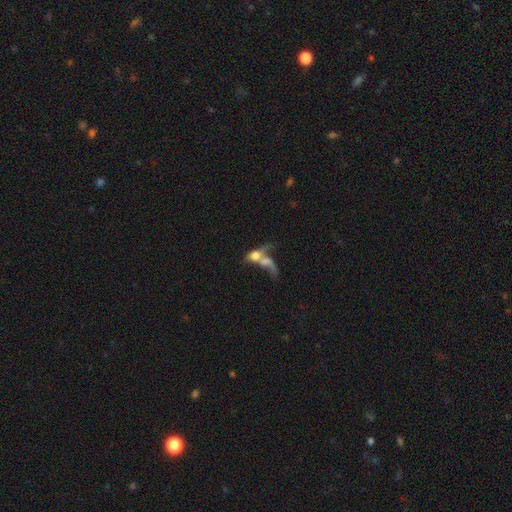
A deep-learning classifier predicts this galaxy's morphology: This is possibly a smooth galaxy (47%). Merging: likely merger (69%).